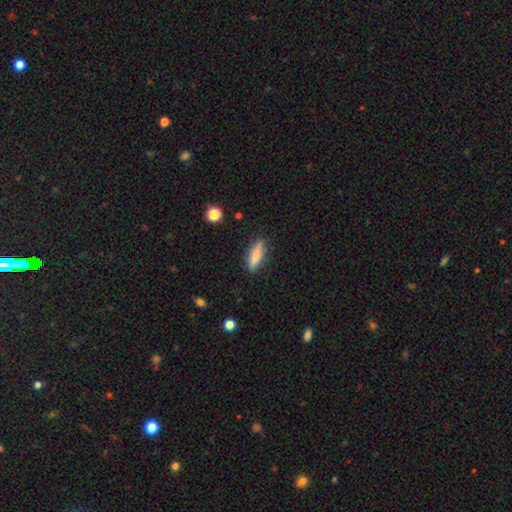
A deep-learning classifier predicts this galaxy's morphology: Smooth or featured? smooth (72%)
How rounded? cigar-shaped (67%)
Merging? none (85%)